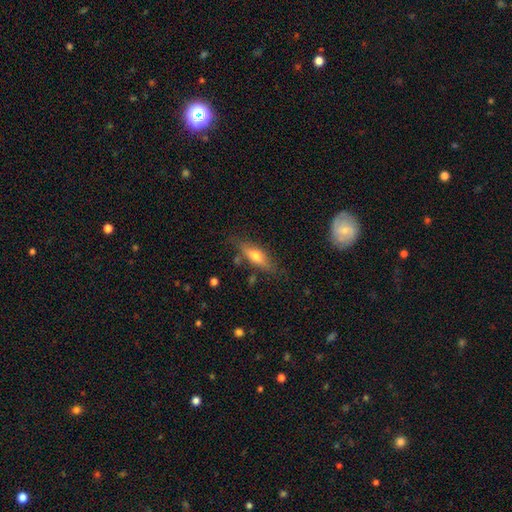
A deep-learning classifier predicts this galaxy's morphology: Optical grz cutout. It shows a smooth galaxy with no disk features (49%). Merging: none (75%).